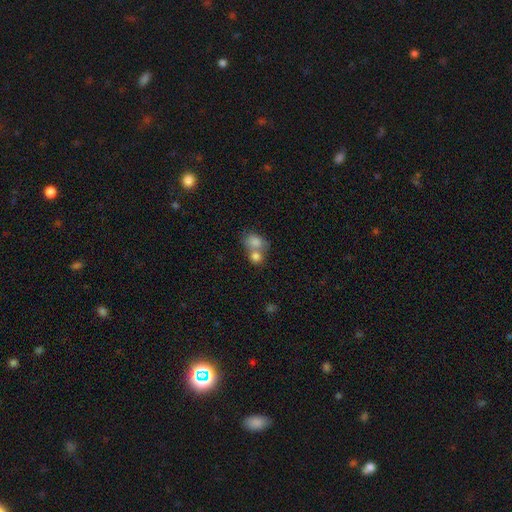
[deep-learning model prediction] This appears to be a smooth galaxy with no disk features (80%) that is round (58%). Merging: merger (59%).